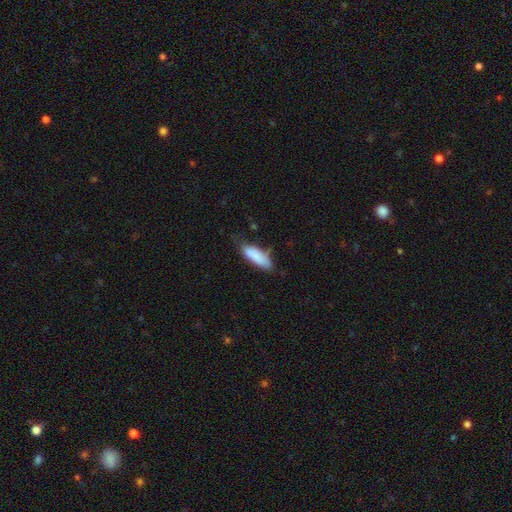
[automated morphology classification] smooth-or-featured: smooth: 81% | featured or disk: 12% | star or artifact: 6%
  how-rounded: in between: 64% | cigar-shaped: 34% | round: 2%
  merging: none: 58% | minor disturbance: 31% | major disturbance: 7% | merger: 3%